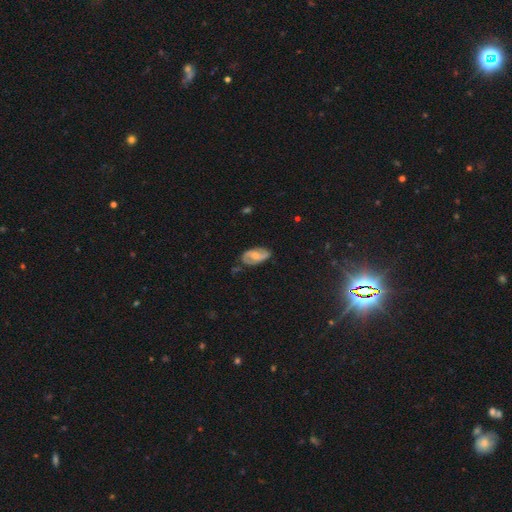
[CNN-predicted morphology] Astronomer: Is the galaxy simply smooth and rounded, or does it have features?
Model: featured or disk — 67%.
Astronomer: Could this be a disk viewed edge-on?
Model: no — 95%.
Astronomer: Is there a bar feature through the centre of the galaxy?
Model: weak — 48% (runner-up: no, 39%).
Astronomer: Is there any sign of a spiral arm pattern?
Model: yes — 89%.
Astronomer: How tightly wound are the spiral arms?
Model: medium — 47% (runner-up: loose, 27%).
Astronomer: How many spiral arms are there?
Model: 2 — 85%.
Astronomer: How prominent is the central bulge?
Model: moderate — 50% (runner-up: small, 32%).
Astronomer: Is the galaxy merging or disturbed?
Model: none — 73%.